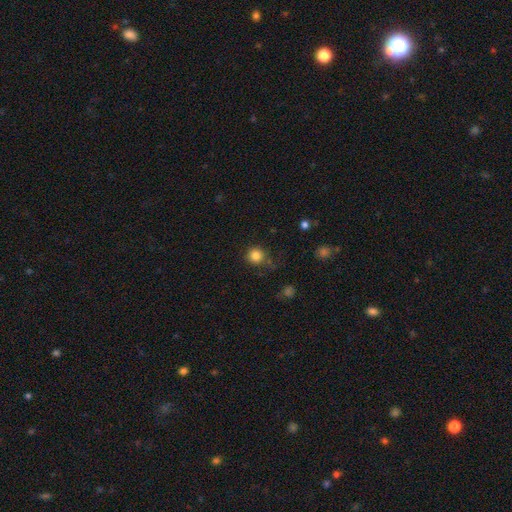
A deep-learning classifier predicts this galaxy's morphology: Smooth or featured? Predicted: smooth (p=0.83). How rounded? Predicted: round (p=0.93). Merging? Predicted: none (p=0.78).